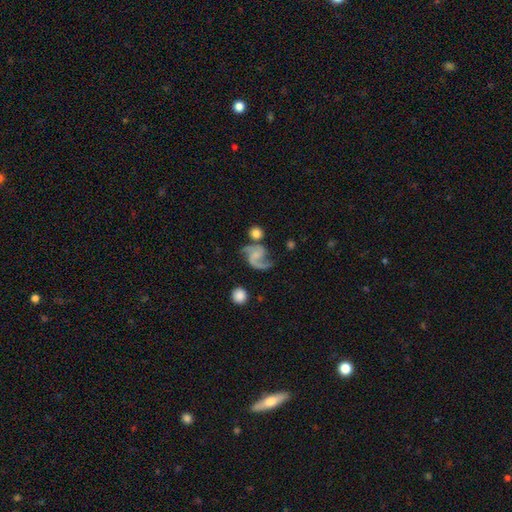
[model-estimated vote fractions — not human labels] Smooth or featured? featured or disk (87%)
Edge-on disk? no (98%)
Bar? no (51%)
Spiral arms? yes (97%)
Spiral winding? medium (46%)
Spiral arm count? 2 (90%)
Bulge size? none (42%)
Merging? none (56%)